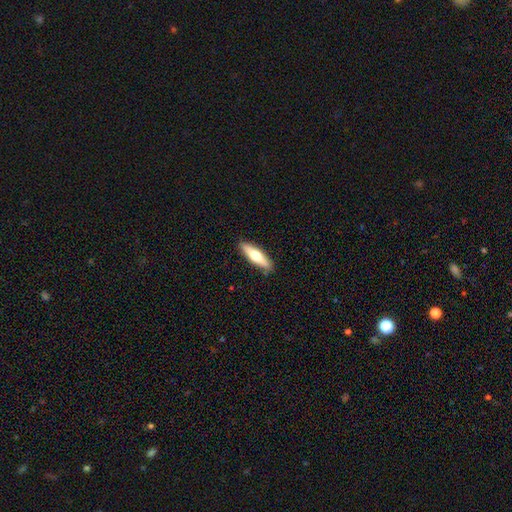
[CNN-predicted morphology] smooth-or-featured: smooth: 53% | featured or disk: 41% | star or artifact: 5%
  how-rounded: cigar-shaped: 65% | in between: 33% | round: 2%
  merging: none: 89% | minor disturbance: 8% | major disturbance: 2% | merger: 1%